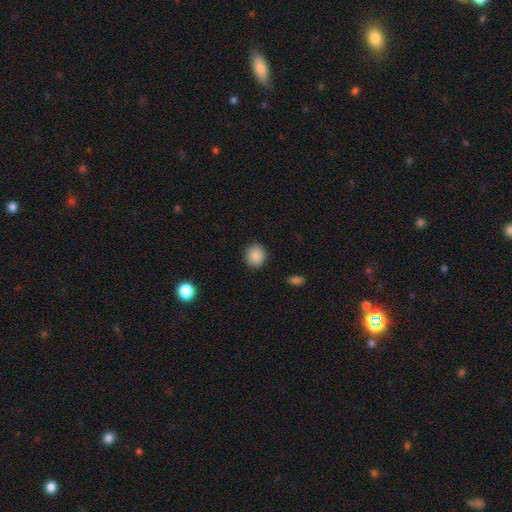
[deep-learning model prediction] The model was most divided on "how rounded": round: 83%, in between: 16%, cigar-shaped: 1%. More confident: merging — none (89%); smooth or featured — smooth (88%).